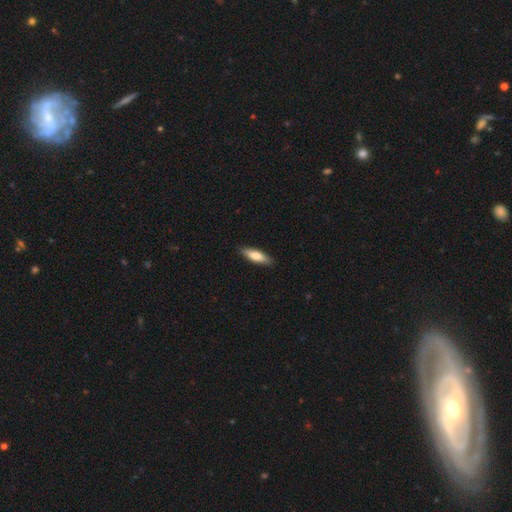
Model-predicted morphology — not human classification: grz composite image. It shows a smooth galaxy with no disk features (72%) that is cigar-shaped (56%). Merging: none (88%).